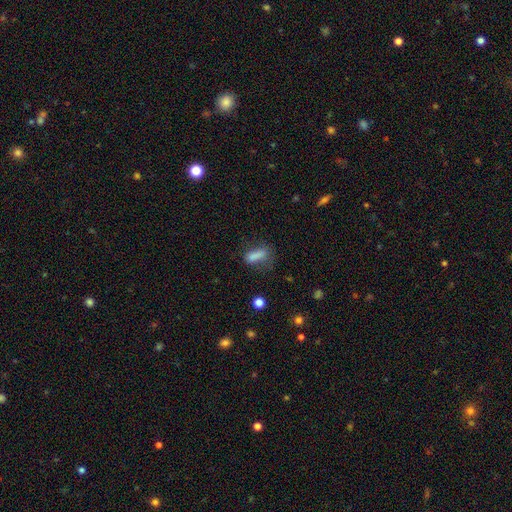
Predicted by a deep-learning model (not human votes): The model was most divided on "how rounded": in between: 55%, cigar-shaped: 40%, round: 5%. Remaining: smooth or featured — smooth (79%); merging — none (50%).